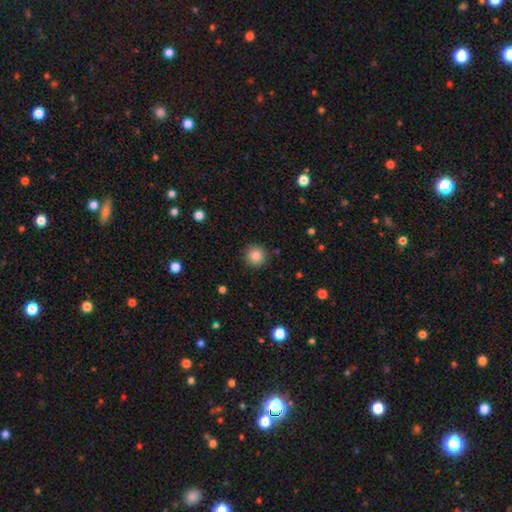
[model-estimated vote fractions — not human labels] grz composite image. It shows a smooth galaxy with no disk features (84%) that is round (95%). Merging: none (91%).